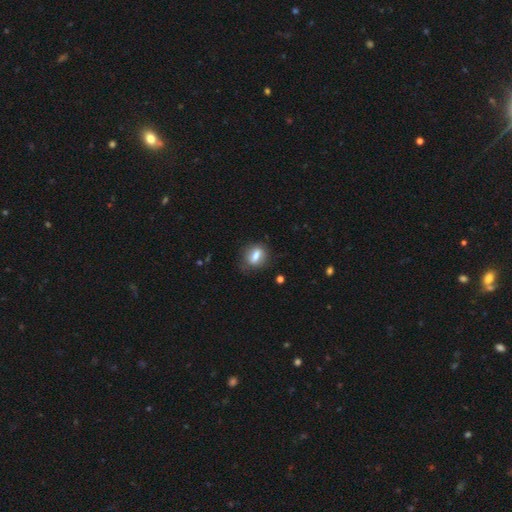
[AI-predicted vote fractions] smooth_or_featured: smooth (p=0.71) [alt: featured or disk p=0.20]
how_rounded: in between (p=0.65) [alt: round p=0.24]
merging: none (p=0.74) [alt: minor disturbance p=0.17]